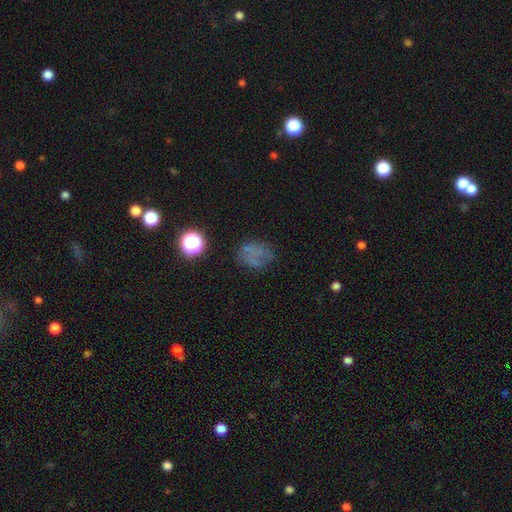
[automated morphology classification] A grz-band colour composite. It shows a smooth galaxy with no disk features (47%). Merging: none (59%).